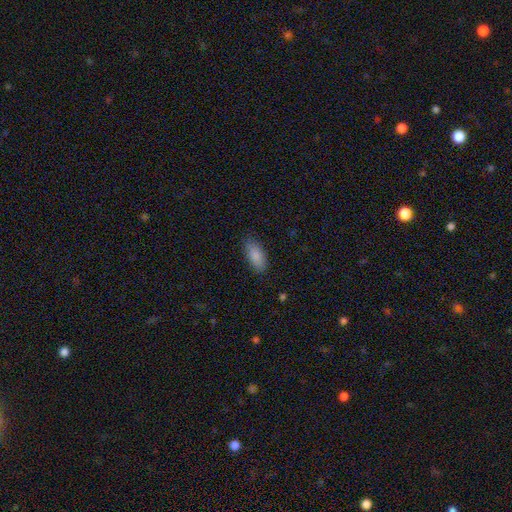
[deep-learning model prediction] smooth 87%, star or artifact 6%, featured or disk 6%. Down the decision tree: how rounded — in between (87%); merging — none (85%).